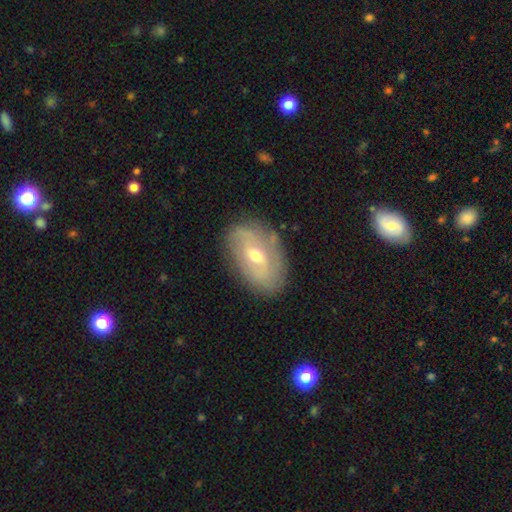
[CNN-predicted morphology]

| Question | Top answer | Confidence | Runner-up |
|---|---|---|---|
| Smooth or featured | featured or disk | 62% | smooth (31%) |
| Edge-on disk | no | 91% | yes (9%) |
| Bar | weak | 46% | no (37%) |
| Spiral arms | yes | 59% | no (41%) |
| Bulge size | moderate | 58% | small (39%) |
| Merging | none | 77% | minor disturbance (17%) |